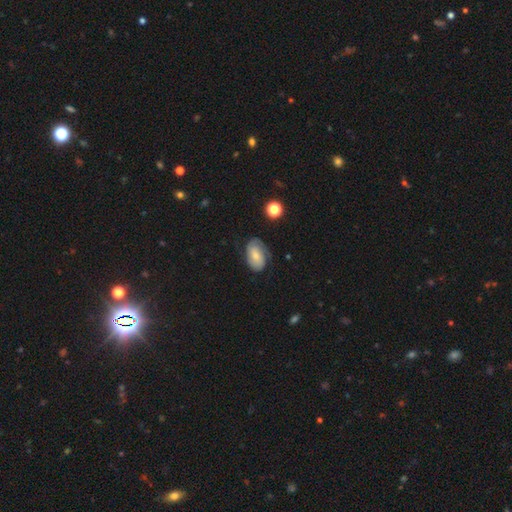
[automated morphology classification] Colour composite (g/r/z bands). It shows a featured or disk galaxy (52%). Merging: none (65%).